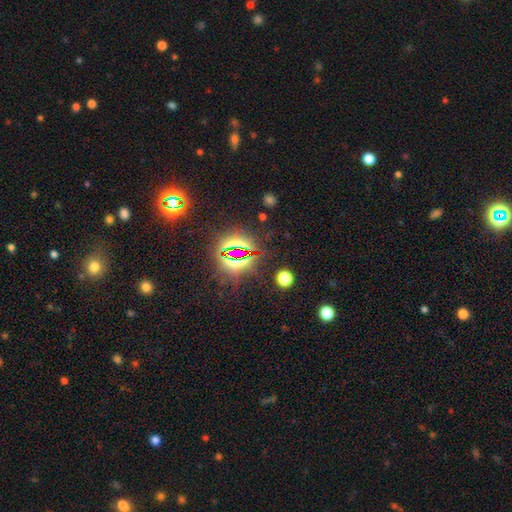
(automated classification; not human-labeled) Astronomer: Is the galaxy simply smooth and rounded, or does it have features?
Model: star or artifact — 80%.